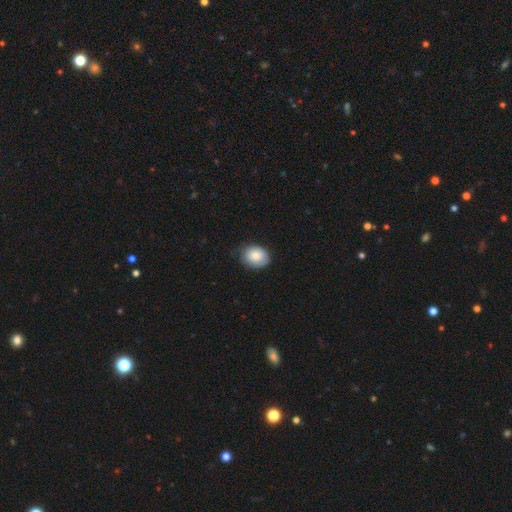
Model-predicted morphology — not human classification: A smooth galaxy with no disk features (82%) that is in between round and cigar-shaped (58%). Merging: none (70%).